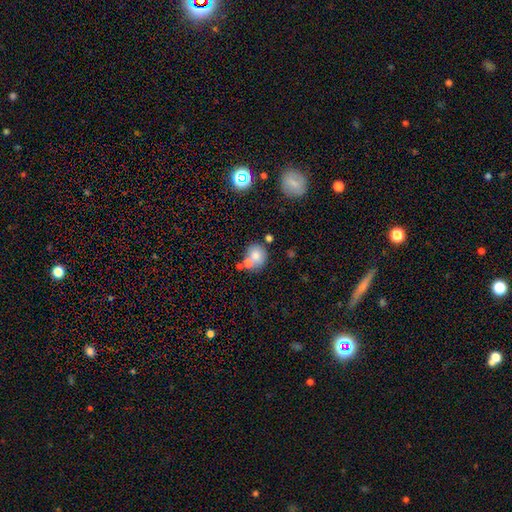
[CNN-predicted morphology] A smooth galaxy with no disk features (73%) that is round (75%).

Vote fractions:
- Smooth or featured? smooth: 73% / featured or disk: 16% / star or artifact: 11%
- How rounded? round: 75% / in between: 24% / cigar-shaped: 1%
- Merging? none: 53% / merger: 31% / minor disturbance: 12% / major disturbance: 4%